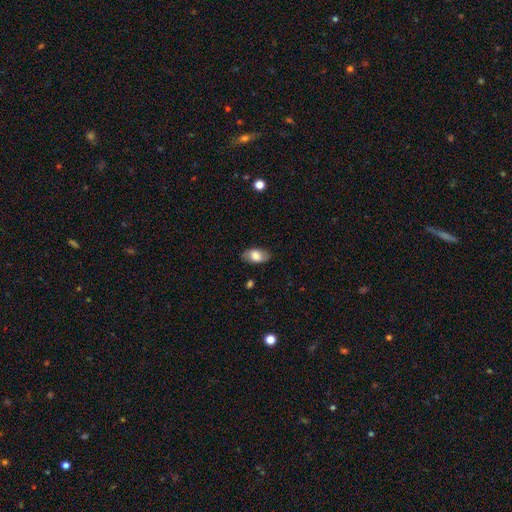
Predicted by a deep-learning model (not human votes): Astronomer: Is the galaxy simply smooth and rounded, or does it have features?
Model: smooth — 75%.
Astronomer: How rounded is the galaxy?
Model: in between — 93%.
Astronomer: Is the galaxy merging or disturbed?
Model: none — 82%.